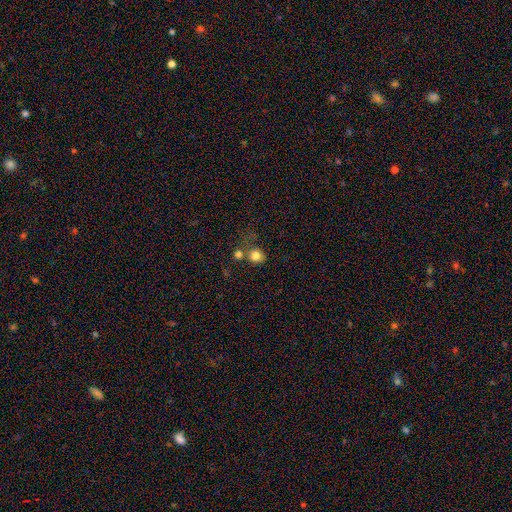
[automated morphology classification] smooth-or-featured: smooth: 80% | star or artifact: 12% | featured or disk: 8%
  how-rounded: round: 78% | in between: 21% | cigar-shaped: 1%
  merging: none: 54% | merger: 25% | minor disturbance: 13% | major disturbance: 8%